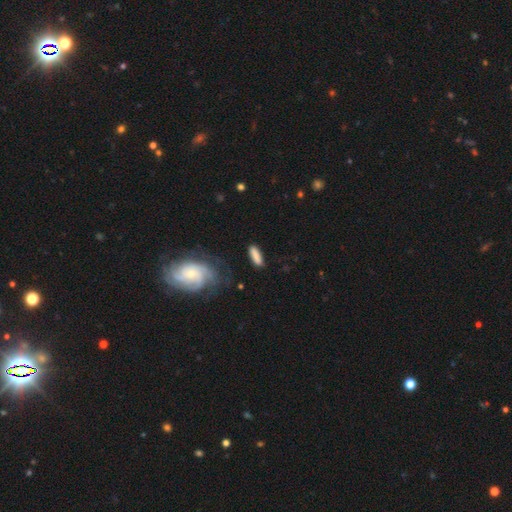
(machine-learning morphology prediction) A smooth galaxy with no disk features (82%) that is cigar-shaped (55%).

Vote fractions:
- Smooth or featured? smooth: 82% / featured or disk: 12% / star or artifact: 7%
- How rounded? cigar-shaped: 55% / in between: 43% / round: 3%
- Merging? none: 78% / minor disturbance: 14% / major disturbance: 5% / merger: 3%